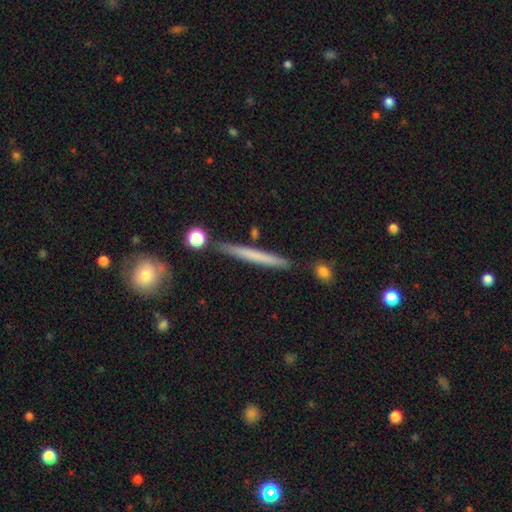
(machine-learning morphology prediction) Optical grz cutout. It shows a smooth galaxy with no disk features (55%) that is cigar-shaped (96%). Merging: none (86%).